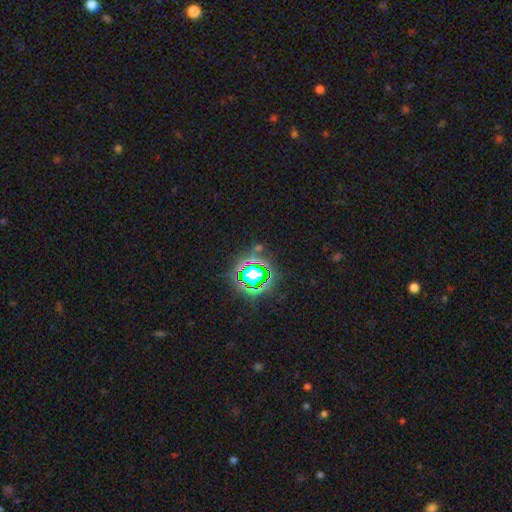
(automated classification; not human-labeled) A star or artifact, not a galaxy (79%).